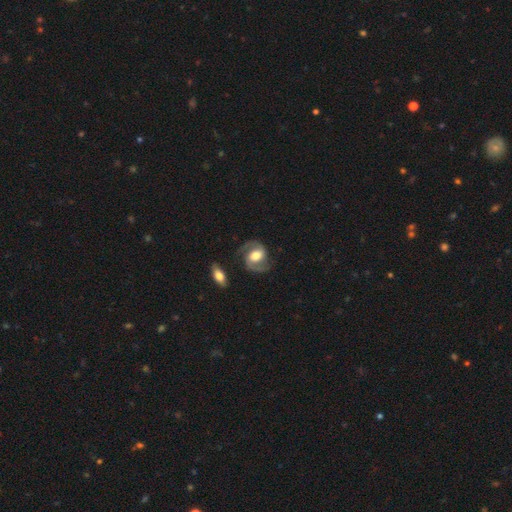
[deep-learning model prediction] The model was most divided on "bar": weak: 42%, no: 32%, strong: 25%. More confident: edge-on disk — no (97%); spiral arms — yes (95%); spiral arm count — 2 (92%); smooth or featured — featured or disk (82%); merging — none (77%); bulge size — moderate (57%); spiral winding — medium (57%).